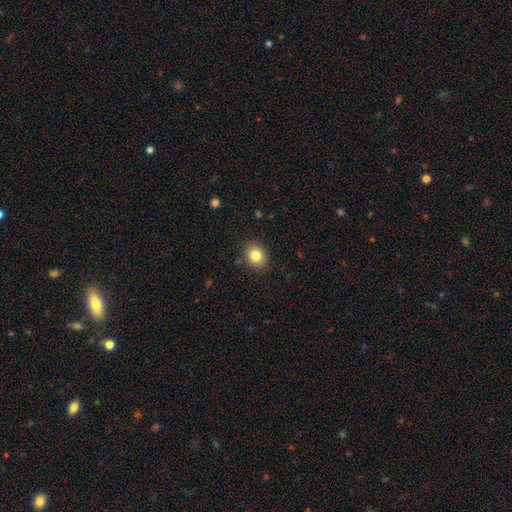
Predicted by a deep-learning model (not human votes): Smooth or featured? smooth (83%)
How rounded? round (63%)
Merging? none (87%)